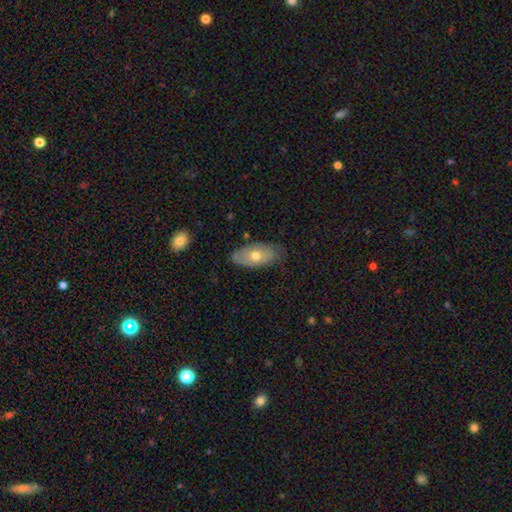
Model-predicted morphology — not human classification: Q: Smooth or featured?
A: smooth (61%); runner-up: featured or disk (33%)
Q: How rounded?
A: in between (90%); runner-up: cigar-shaped (6%)
Q: Merging?
A: none (73%); runner-up: minor disturbance (21%)